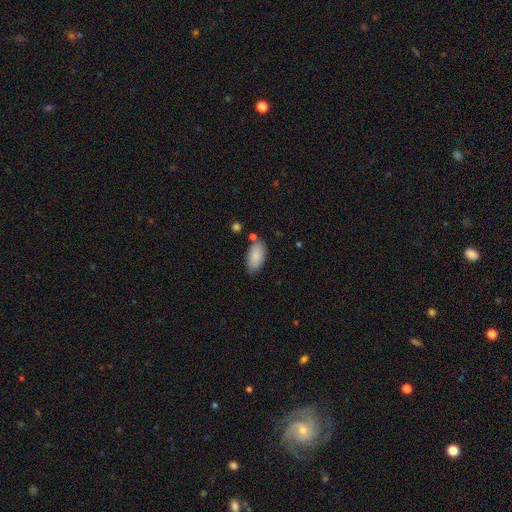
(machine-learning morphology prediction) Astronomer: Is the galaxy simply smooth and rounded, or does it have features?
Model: smooth — 88%.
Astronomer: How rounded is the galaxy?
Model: in between — 93%.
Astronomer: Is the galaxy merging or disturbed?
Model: none — 75%.